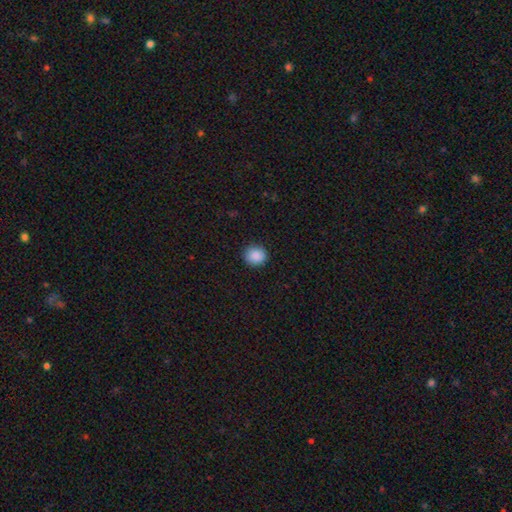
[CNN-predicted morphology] This is clearly a smooth galaxy (89%). How rounded: clearly round (82%). Merging: clearly none (90%).